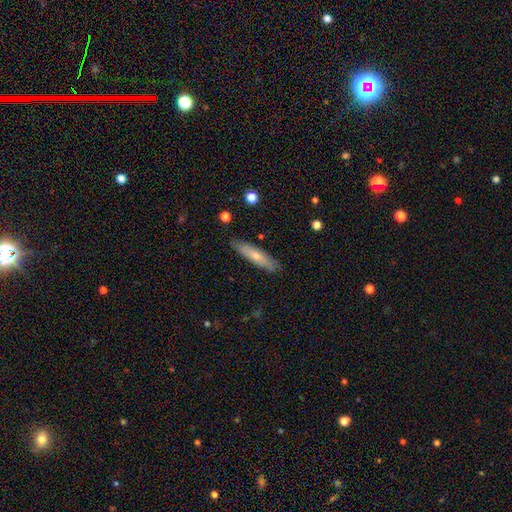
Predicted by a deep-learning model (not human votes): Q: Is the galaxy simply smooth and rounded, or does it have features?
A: smooth — 63%.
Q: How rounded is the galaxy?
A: cigar-shaped — 78%.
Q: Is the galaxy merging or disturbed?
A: none — 86%.